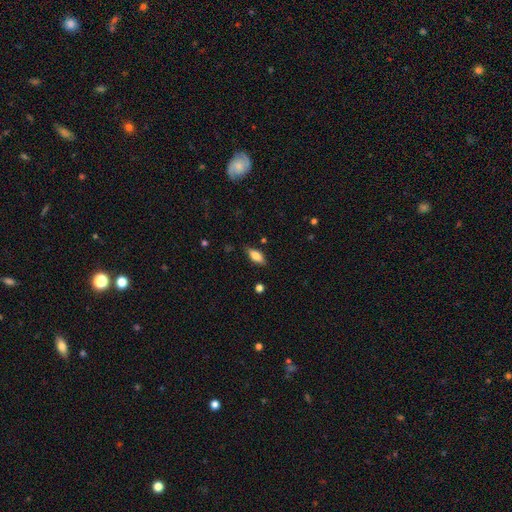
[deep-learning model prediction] smooth-or-featured: smooth: 76% | featured or disk: 17% | star or artifact: 7%
  how-rounded: in between: 81% | cigar-shaped: 16% | round: 3%
  merging: none: 80% | minor disturbance: 16% | major disturbance: 3% | merger: 2%